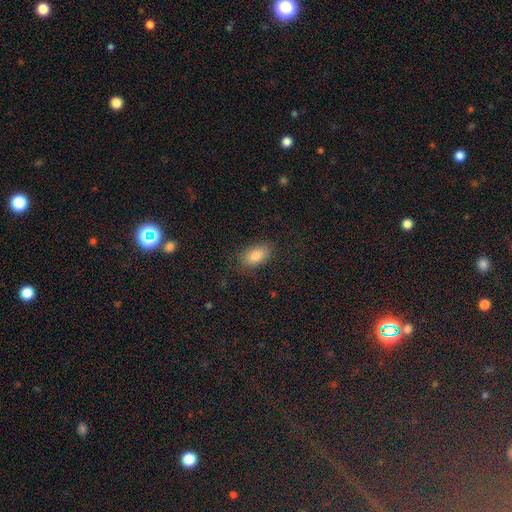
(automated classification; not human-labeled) Smooth or featured? Predicted: smooth (p=0.83). How rounded? Predicted: in between (p=0.91). Merging? Predicted: none (p=0.85).